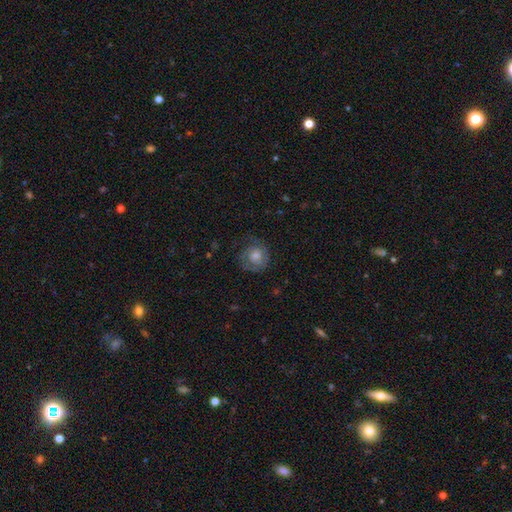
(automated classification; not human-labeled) Smooth or featured: featured or disk — 58% (smooth — 31%)
Edge-on disk: no — 97% (yes — 3%)
Bar: no — 78% (weak — 19%)
Spiral arms: yes — 85% (no — 15%)
Bulge size: moderate — 60% (small — 25%)
Merging: none — 70% (minor disturbance — 18%)